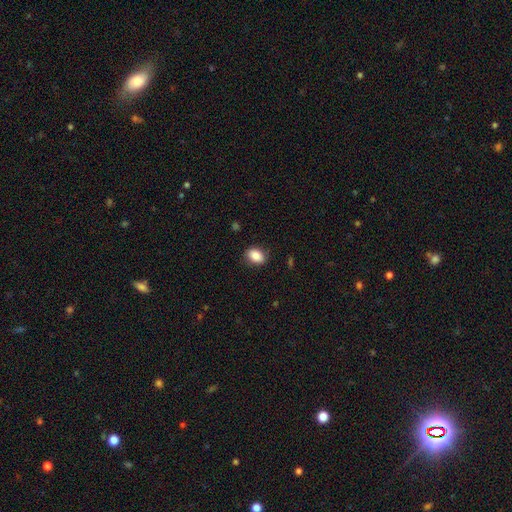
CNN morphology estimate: type=smooth (86%); roundness=in between (74%); merging=none (85%).